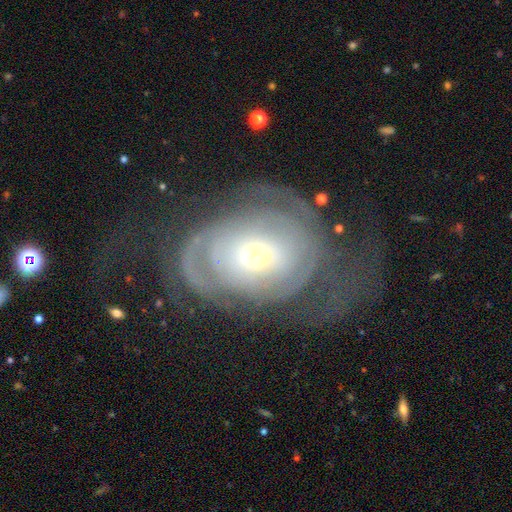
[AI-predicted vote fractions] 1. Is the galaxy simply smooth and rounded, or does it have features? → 73% featured or disk, 20% smooth, 7% star or artifact.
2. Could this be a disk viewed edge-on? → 96% no, 4% yes.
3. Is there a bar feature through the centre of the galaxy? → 73% no, 19% weak, 8% strong.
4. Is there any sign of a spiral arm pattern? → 72% yes, 28% no.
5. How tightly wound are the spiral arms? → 51% tight, 28% medium, 20% loose.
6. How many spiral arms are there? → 42% 2, 33% can't tell, 11% 1, 6% 3, 4% 4, 4% more than 4.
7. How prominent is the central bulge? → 54% small, 39% moderate, 4% large, 2% dominant, 1% none.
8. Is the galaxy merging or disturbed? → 42% none, 35% major disturbance, 19% minor disturbance, 3% merger.